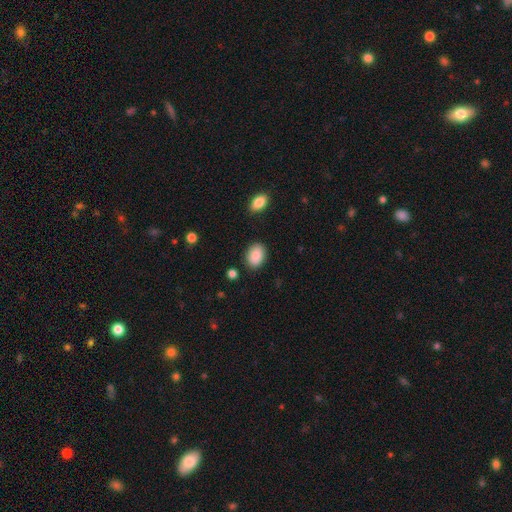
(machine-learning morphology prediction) This is clearly a smooth galaxy (89%). How rounded: clearly in between (81%). Merging: clearly none (85%).